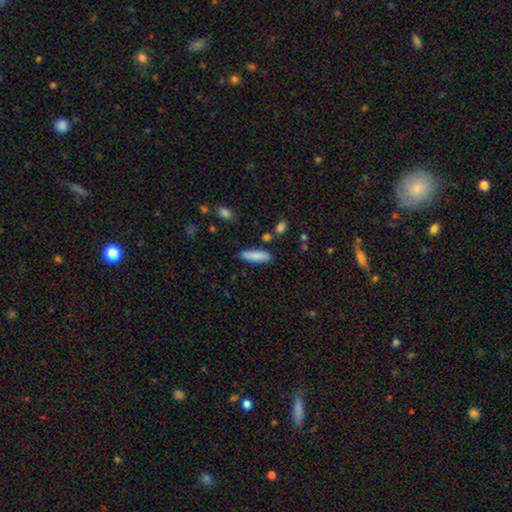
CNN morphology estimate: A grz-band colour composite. It shows a smooth galaxy with no disk features (86%) that is cigar-shaped (58%). Merging: none (82%).